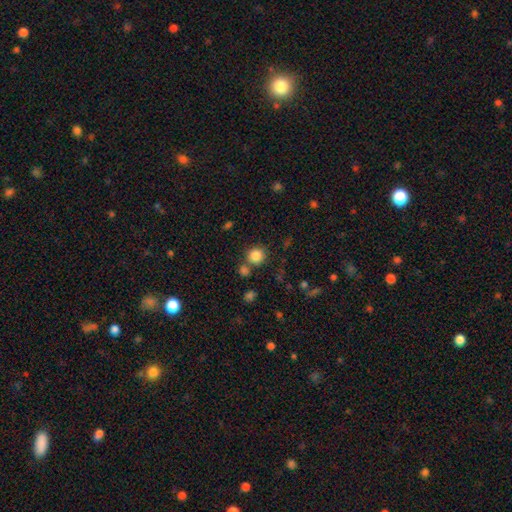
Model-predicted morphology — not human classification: Smooth or featured? smooth (84%)
How rounded? round (91%)
Merging? none (75%)